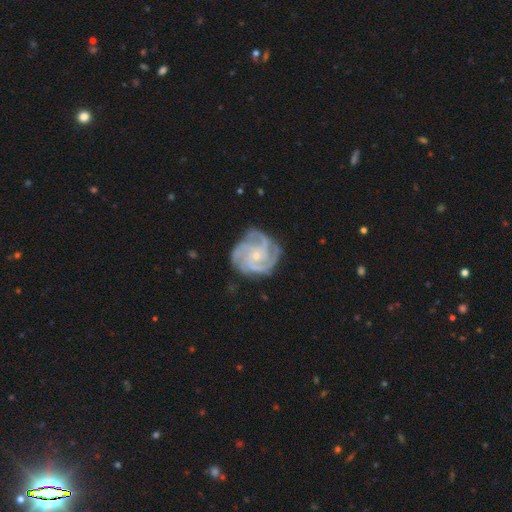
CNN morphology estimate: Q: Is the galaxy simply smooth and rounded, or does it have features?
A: featured or disk — 89%.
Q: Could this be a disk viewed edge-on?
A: no — 98%.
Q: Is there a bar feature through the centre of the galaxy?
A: no — 76%.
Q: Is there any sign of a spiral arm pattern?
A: yes — 98%.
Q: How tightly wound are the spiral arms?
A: tight — 60%.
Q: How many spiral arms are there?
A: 4 — 42%.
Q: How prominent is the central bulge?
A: small — 75%.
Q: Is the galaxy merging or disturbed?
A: none — 74%.